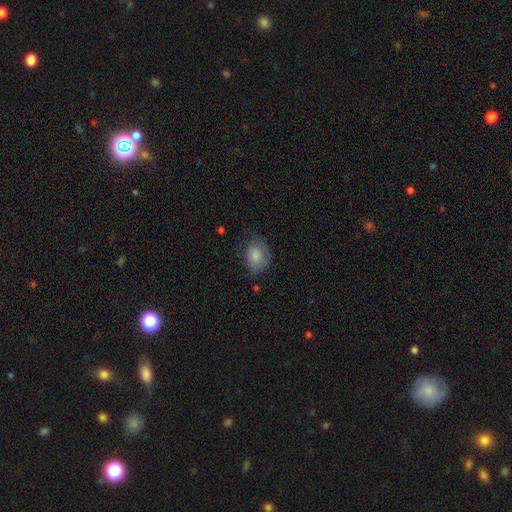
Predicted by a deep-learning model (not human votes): A smooth galaxy with no disk features (78%) that is in between round and cigar-shaped (66%). Merging: none (58%).